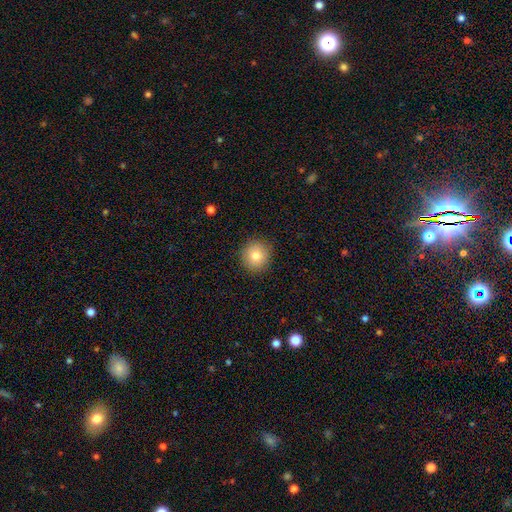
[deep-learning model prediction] Overall: smooth (82%). How rounded: round (92%). Merging: none (90%).